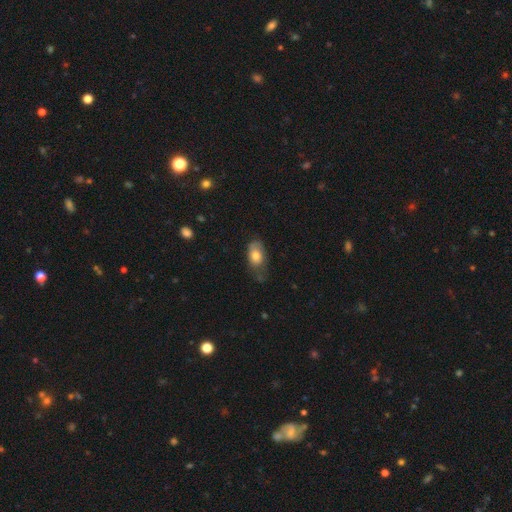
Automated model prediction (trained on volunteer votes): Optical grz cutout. It shows a smooth galaxy with no disk features (74%) that is in between round and cigar-shaped (88%). Merging: none (44%).